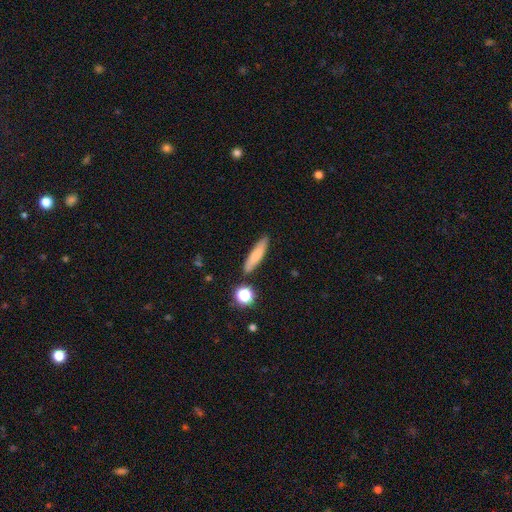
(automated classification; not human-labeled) smooth 74%, featured or disk 18%, star or artifact 8%. Down the decision tree: how rounded — cigar-shaped (77%); merging — none (82%).